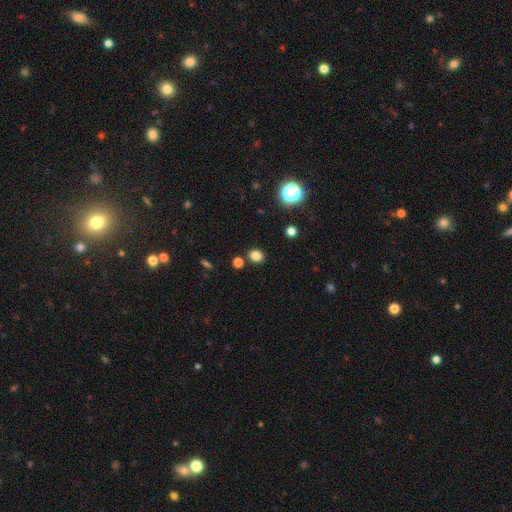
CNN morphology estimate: Smooth or featured? smooth (81%)
How rounded? round (66%)
Merging? none (83%)